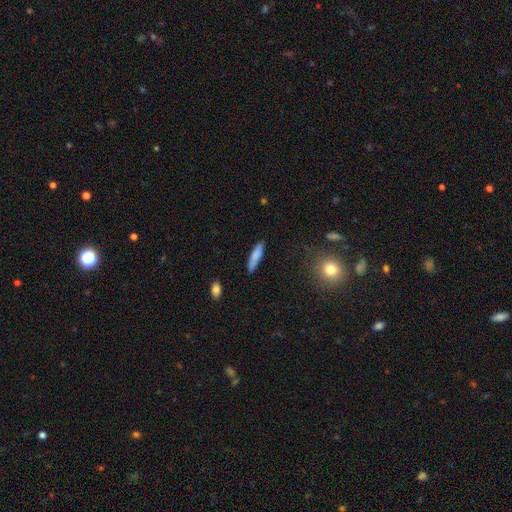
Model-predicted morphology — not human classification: smooth_or_featured: smooth (p=0.79) [alt: featured or disk p=0.15]
how_rounded: cigar-shaped (p=0.77) [alt: in between p=0.21]
merging: none (p=0.83) [alt: minor disturbance p=0.13]